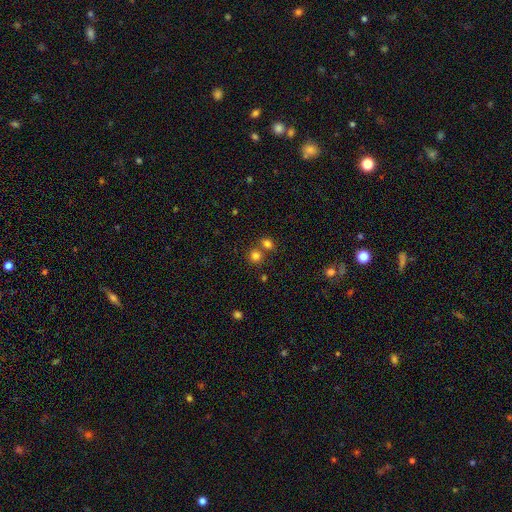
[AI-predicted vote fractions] smooth 78%, star or artifact 15%, featured or disk 6%. Down the decision tree: how rounded — round (87%); merging — none (61%).